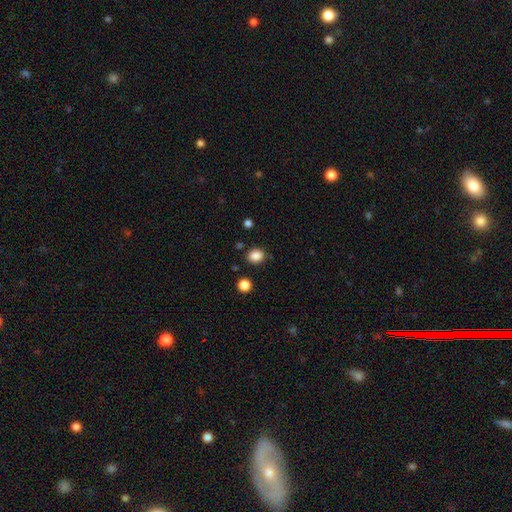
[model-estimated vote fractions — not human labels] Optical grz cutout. It shows a smooth galaxy with no disk features (86%) that is round (60%). Merging: none (86%).